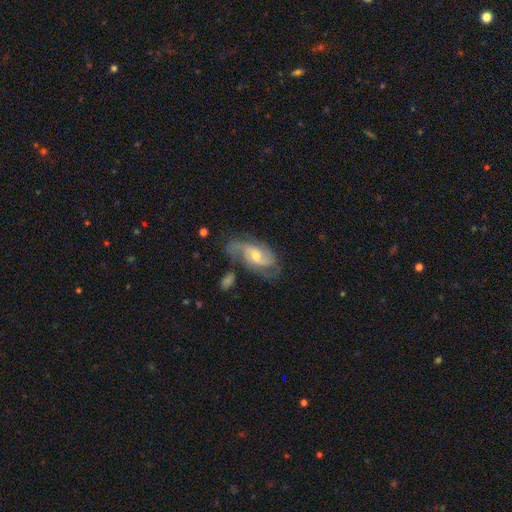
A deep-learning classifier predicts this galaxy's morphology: This appears to be a featured or disk galaxy (78%) with no bar (47%), 2 (66%) medium (48%) spiral arms (93%) and a moderate central bulge (55%). Merging: none (57%).